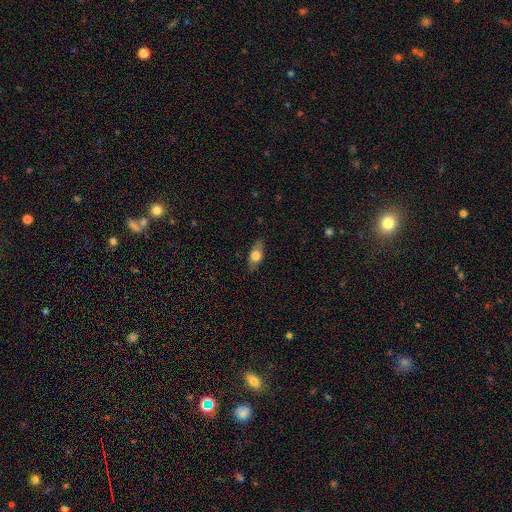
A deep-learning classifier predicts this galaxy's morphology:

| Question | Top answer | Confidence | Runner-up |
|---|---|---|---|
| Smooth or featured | smooth | 68% | featured or disk (24%) |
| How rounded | in between | 77% | cigar-shaped (15%) |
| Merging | none | 81% | minor disturbance (14%) |